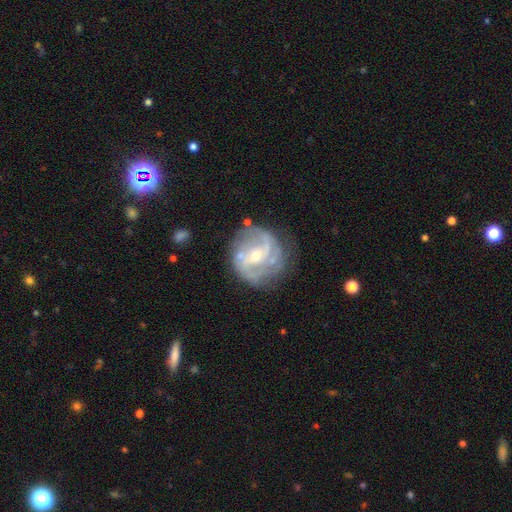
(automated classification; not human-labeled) Smooth or featured? featured or disk (85%)
Edge-on disk? no (97%)
Bar? weak (43%)
Spiral arms? yes (92%)
Spiral winding? medium (44%)
Spiral arm count? 2 (53%)
Bulge size? small (59%)
Merging? none (69%)